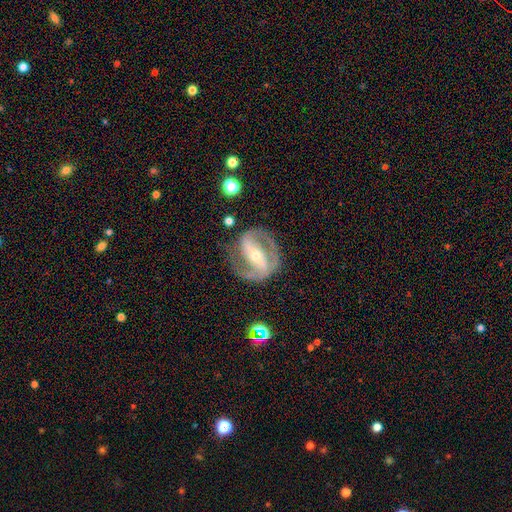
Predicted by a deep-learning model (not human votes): Smooth or featured? Predicted: featured or disk (p=0.87). Edge-on disk? Predicted: no (p=0.96). Bar? Predicted: strong (p=0.67). Spiral arms? Predicted: yes (p=0.88). Spiral winding? Predicted: medium (p=0.49). Spiral arm count? Predicted: 2 (p=0.87). Bulge size? Predicted: small (p=0.52). Merging? Predicted: none (p=0.76).